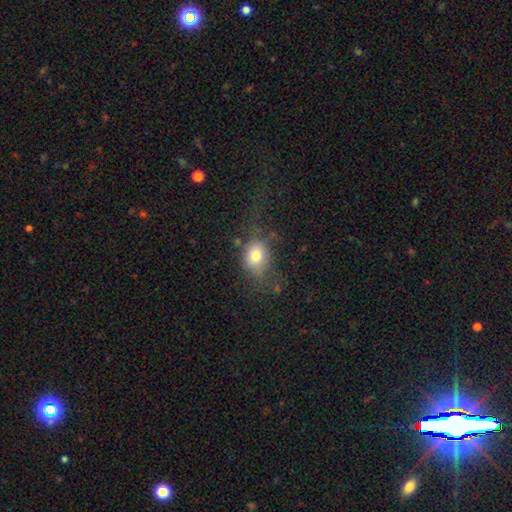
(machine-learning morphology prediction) Smooth or featured?
  - smooth: 74% *
  - featured or disk: 13%
  - star or artifact: 13%
How rounded?
  - round: 54% *
  - in between: 45%
  - cigar-shaped: 1%
Merging?
  - none: 55% *
  - minor disturbance: 23%
  - major disturbance: 19%
  - merger: 3%